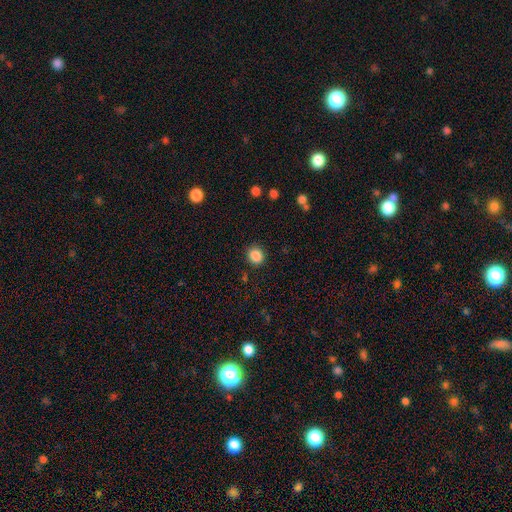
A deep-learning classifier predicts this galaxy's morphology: A smooth galaxy with no disk features (87%) that is round (82%).

Vote fractions:
- Smooth or featured? smooth: 87% / star or artifact: 10% / featured or disk: 3%
- How rounded? round: 82% / in between: 17% / cigar-shaped: 1%
- Merging? none: 89% / minor disturbance: 7% / major disturbance: 3% / merger: 1%